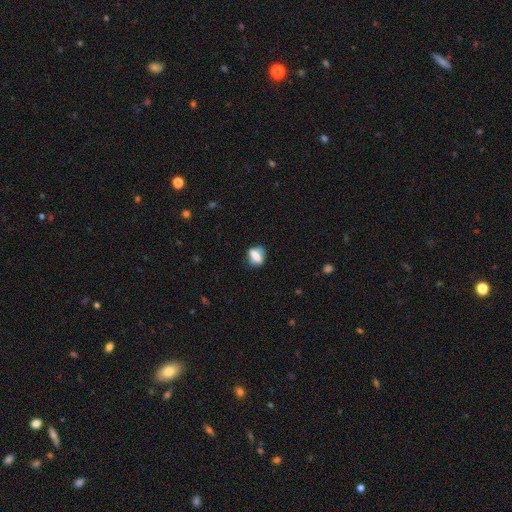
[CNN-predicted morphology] Smooth or featured: smooth — 60% (featured or disk — 30%)
How rounded: in between — 53% (round — 31%)
Merging: none — 74% (minor disturbance — 17%)